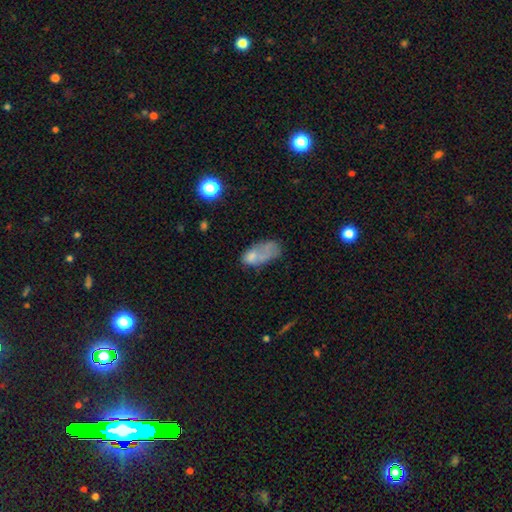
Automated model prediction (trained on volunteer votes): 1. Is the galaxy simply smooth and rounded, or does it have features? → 61% smooth, 28% featured or disk, 11% star or artifact.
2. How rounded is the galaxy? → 88% in between, 6% cigar-shaped, 6% round.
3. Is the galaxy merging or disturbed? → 29% none, 26% major disturbance, 23% minor disturbance, 22% merger.